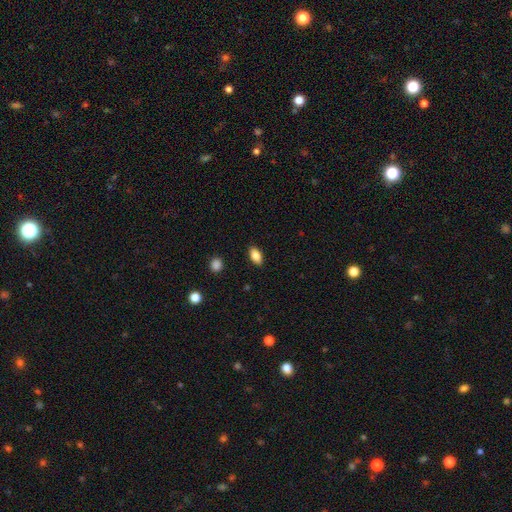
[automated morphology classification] Smooth or featured?
  - smooth: 85% *
  - star or artifact: 8%
  - featured or disk: 7%
How rounded?
  - in between: 90% *
  - round: 5%
  - cigar-shaped: 5%
Merging?
  - none: 88% *
  - minor disturbance: 8%
  - major disturbance: 2%
  - merger: 1%